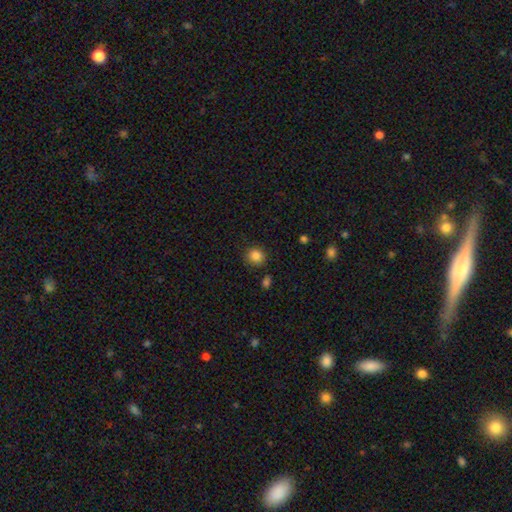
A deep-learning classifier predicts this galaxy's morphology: Smooth or featured? smooth (85%)
How rounded? round (84%)
Merging? none (81%)